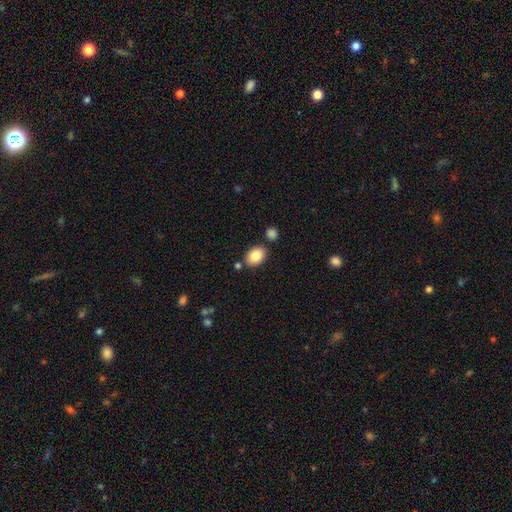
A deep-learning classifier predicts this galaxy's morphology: A smooth galaxy with no disk features (85%) that is in between round and cigar-shaped (78%). Merging: none (79%).